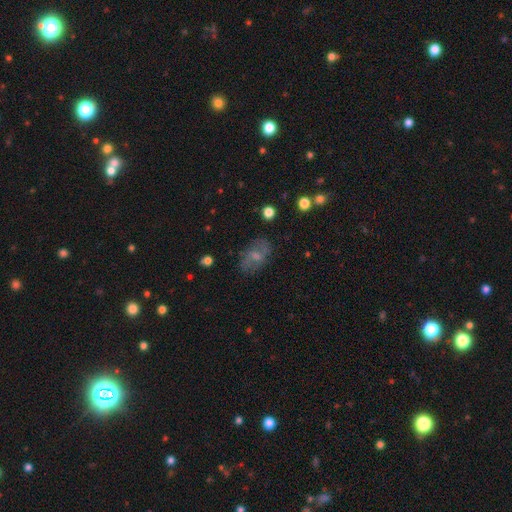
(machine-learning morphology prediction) A smooth galaxy with no disk features (47%).

Vote fractions:
- Smooth or featured? smooth: 47% / featured or disk: 42% / star or artifact: 11%
- Merging? none: 73% / minor disturbance: 17% / major disturbance: 8% / merger: 2%